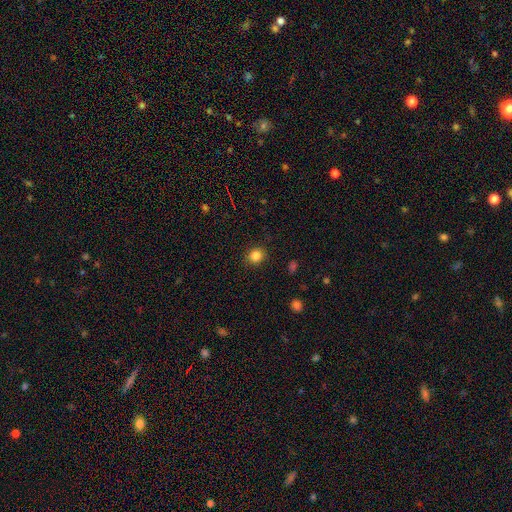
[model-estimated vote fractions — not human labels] smooth_or_featured: smooth (p=0.84) [alt: star or artifact p=0.12]
how_rounded: round (p=0.81) [alt: in between p=0.18]
merging: none (p=0.90) [alt: minor disturbance p=0.07]